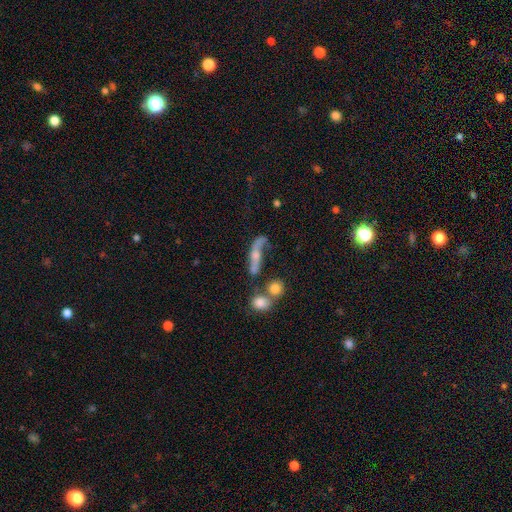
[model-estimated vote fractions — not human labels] This is likely a featured or disk galaxy (63%). It is likely not viewed edge-on (69%). Merging: marginally none (38%).